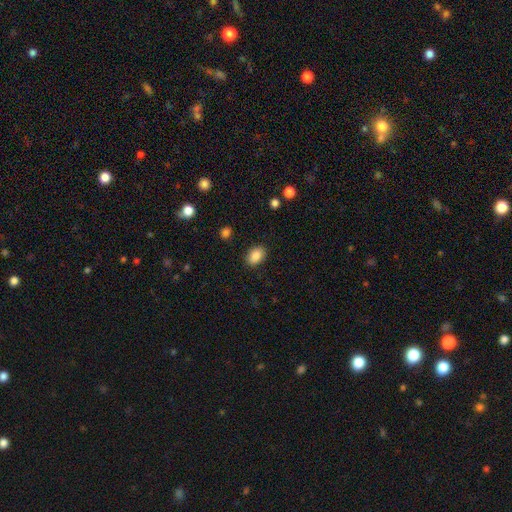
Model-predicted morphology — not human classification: This is clearly a smooth galaxy (87%). How rounded: likely in between (79%). Merging: clearly none (88%).